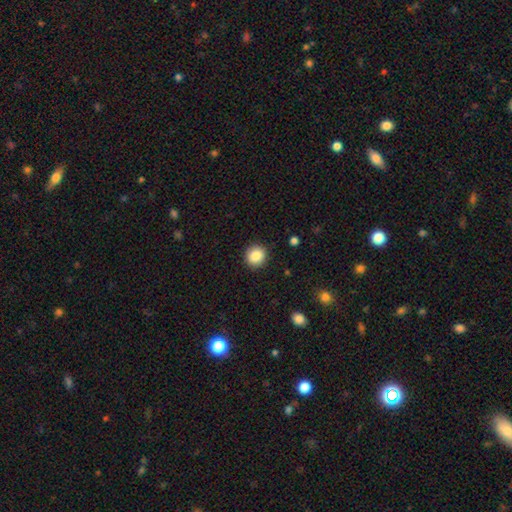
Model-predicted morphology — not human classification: Q: Smooth or featured?
A: smooth (87%); runner-up: star or artifact (9%)
Q: How rounded?
A: round (90%); runner-up: in between (9%)
Q: Merging?
A: none (91%); runner-up: minor disturbance (6%)